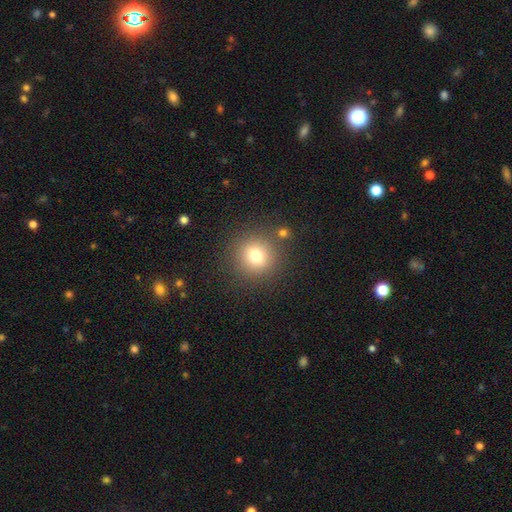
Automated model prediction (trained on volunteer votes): Morphology: type=smooth (76%); roundness=round (92%); merging=none (85%).